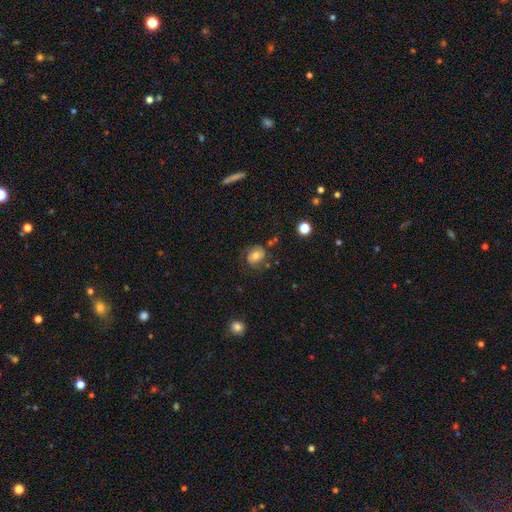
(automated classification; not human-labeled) Q: Smooth or featured?
A: smooth (65%); runner-up: featured or disk (24%)
Q: How rounded?
A: round (61%); runner-up: in between (38%)
Q: Merging?
A: none (65%); runner-up: minor disturbance (22%)